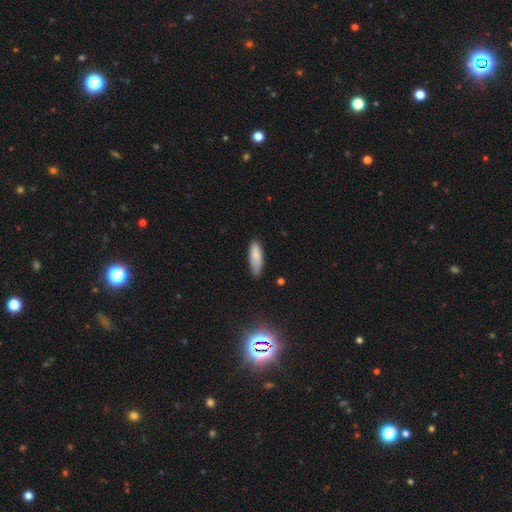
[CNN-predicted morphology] This appears to be a smooth galaxy with no disk features (85%) that is in between round and cigar-shaped (56%). Merging: none (75%).